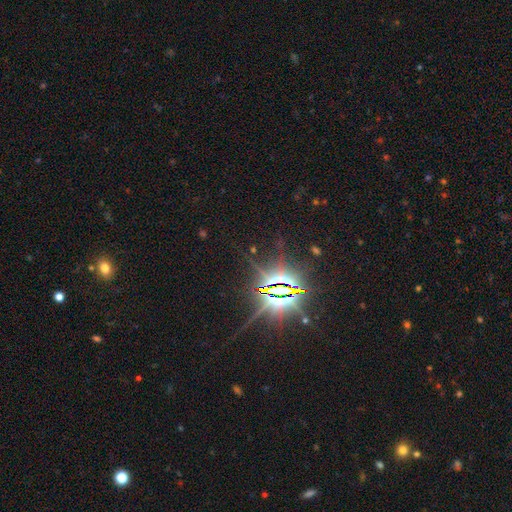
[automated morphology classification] A star or artifact, not a galaxy (85%).